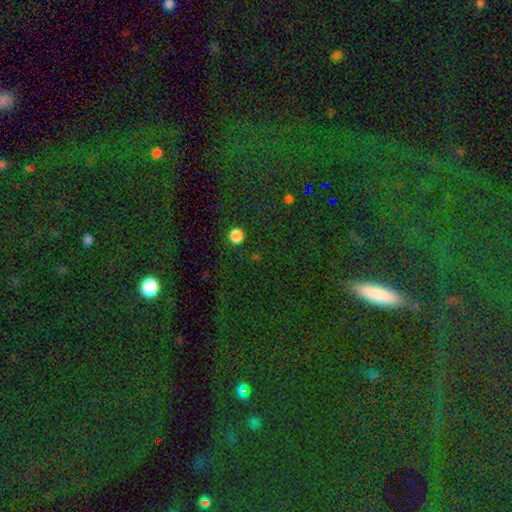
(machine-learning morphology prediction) Smooth or featured: star or artifact — 59% (smooth — 26%)